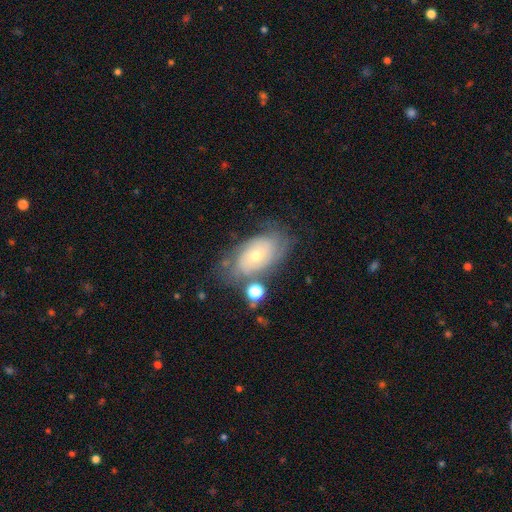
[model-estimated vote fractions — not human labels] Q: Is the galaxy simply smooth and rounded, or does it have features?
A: featured or disk — 61%.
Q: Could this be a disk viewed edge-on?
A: no — 93%.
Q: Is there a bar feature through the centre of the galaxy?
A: no — 82%.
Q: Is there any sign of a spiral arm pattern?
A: yes — 73%.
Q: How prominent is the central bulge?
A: small — 59%.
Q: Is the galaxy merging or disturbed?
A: none — 60%.